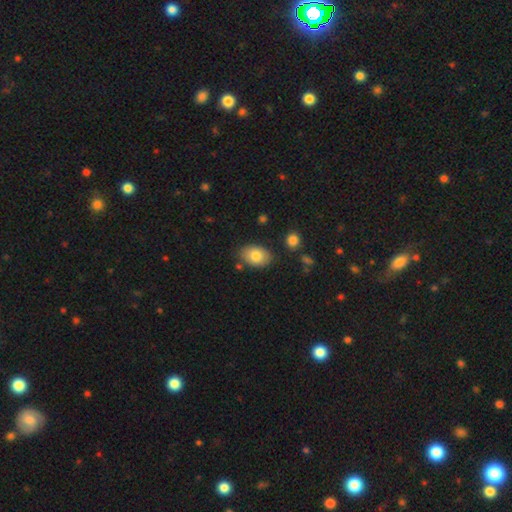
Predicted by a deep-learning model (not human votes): smooth 81%, featured or disk 12%, star or artifact 7%. Down the decision tree: how rounded — in between (86%); merging — none (81%).